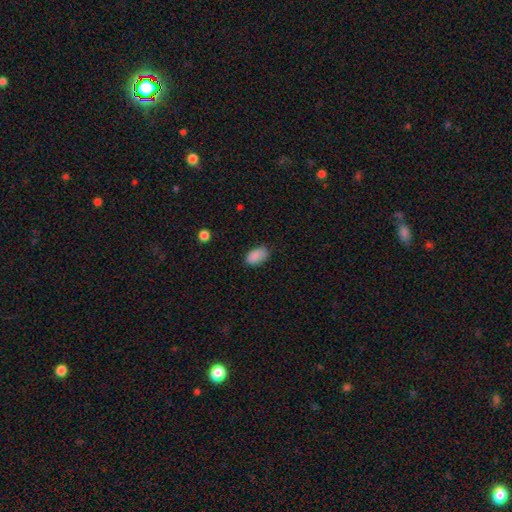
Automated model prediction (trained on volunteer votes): Overall: smooth (87%). How rounded: in between (92%). Merging: none (75%).